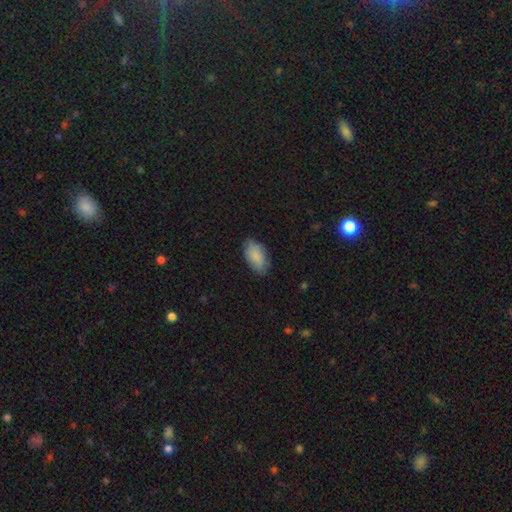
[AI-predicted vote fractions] Smooth or featured: smooth — 83% (featured or disk — 11%)
How rounded: in between — 94% (round — 3%)
Merging: none — 76% (minor disturbance — 19%)